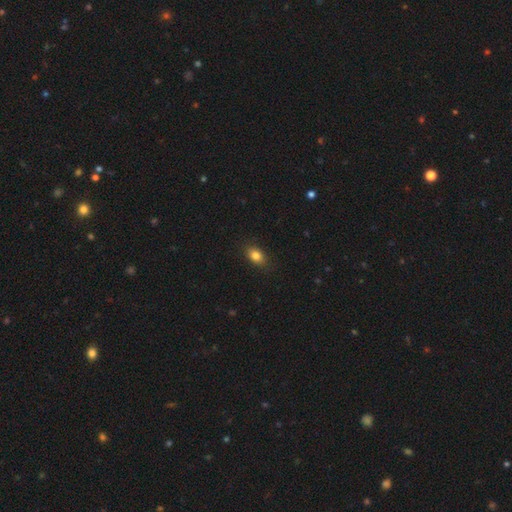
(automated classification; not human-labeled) This is clearly a smooth galaxy (84%). How rounded: clearly in between (80%). Merging: clearly none (86%).